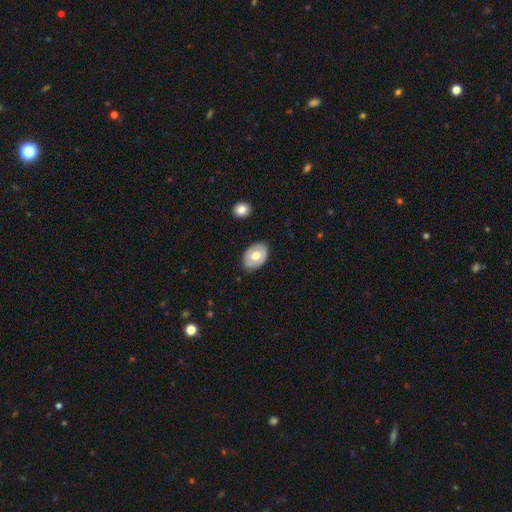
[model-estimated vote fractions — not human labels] This appears to be a smooth galaxy with no disk features (59%) that is in between round and cigar-shaped (81%). Merging: none (85%).